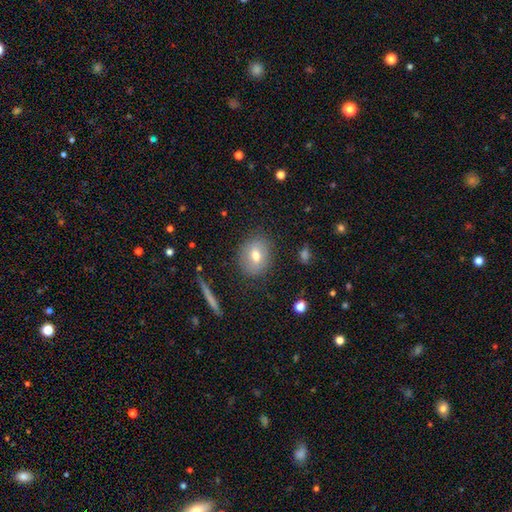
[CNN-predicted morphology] This appears to be a smooth galaxy with no disk features (67%) that is round (60%). Merging: none (84%).